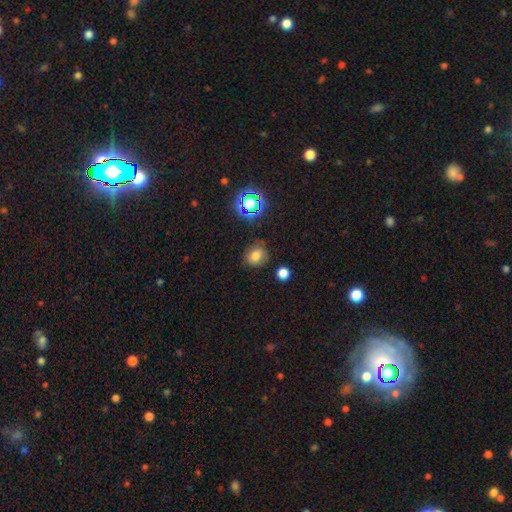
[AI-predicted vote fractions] Smooth or featured? Predicted: smooth (p=0.73). How rounded? Predicted: round (p=0.71). Merging? Predicted: none (p=0.77).